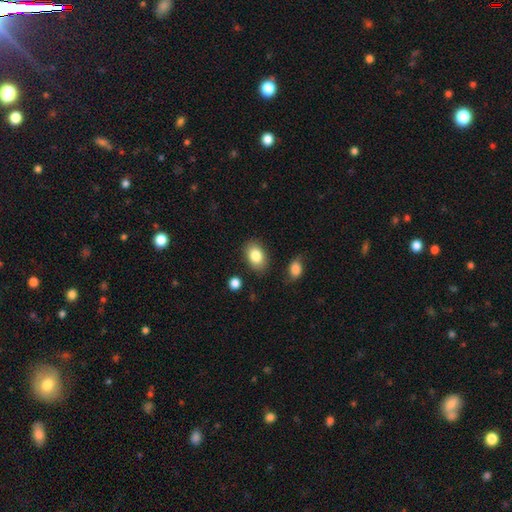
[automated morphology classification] Smooth or featured? smooth (84%)
How rounded? in between (83%)
Merging? none (84%)